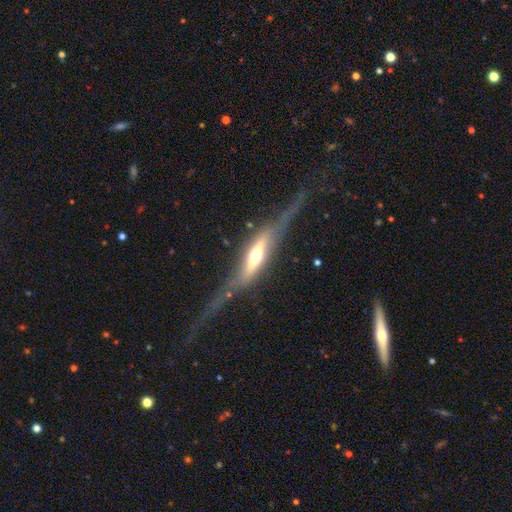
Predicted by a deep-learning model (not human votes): This appears to be a featured or disk galaxy (75%) viewed edge-on (85%) with a rounded central bulge (85%). Merging: none (53%).